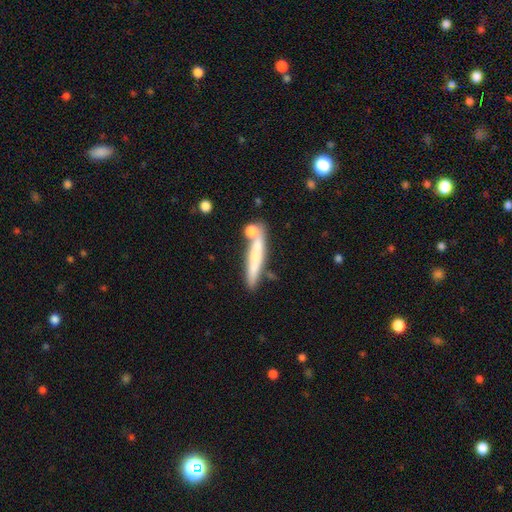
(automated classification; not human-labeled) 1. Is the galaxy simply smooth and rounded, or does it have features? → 63% smooth, 29% featured or disk, 7% star or artifact.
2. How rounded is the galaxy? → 92% cigar-shaped, 6% in between, 2% round.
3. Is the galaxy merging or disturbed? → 70% none, 13% merger, 13% minor disturbance, 4% major disturbance.